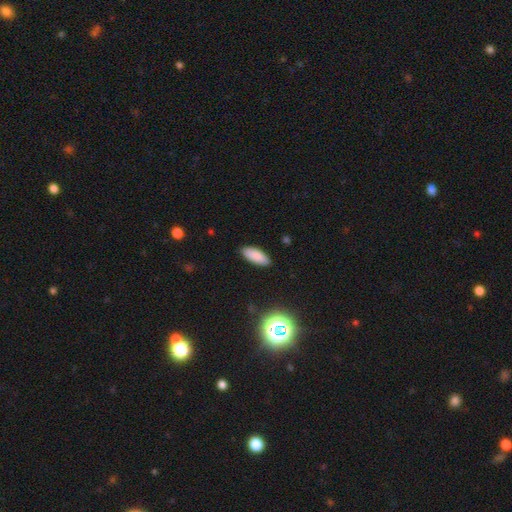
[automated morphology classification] smooth_or_featured: smooth (p=0.86) [alt: star or artifact p=0.08]
how_rounded: in between (p=0.78) [alt: cigar-shaped p=0.20]
merging: none (p=0.88) [alt: minor disturbance p=0.09]